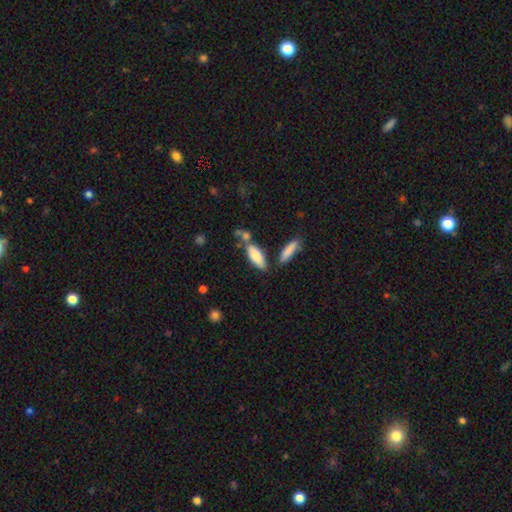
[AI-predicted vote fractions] smooth_or_featured: smooth (p=0.79) [alt: featured or disk p=0.15]
how_rounded: in between (p=0.64) [alt: cigar-shaped p=0.34]
merging: none (p=0.59) [alt: merger p=0.20]